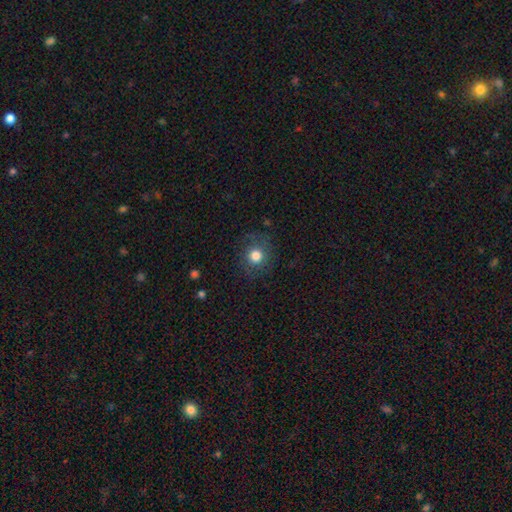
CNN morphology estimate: type=smooth (78%); roundness=round (89%); merging=none (81%).